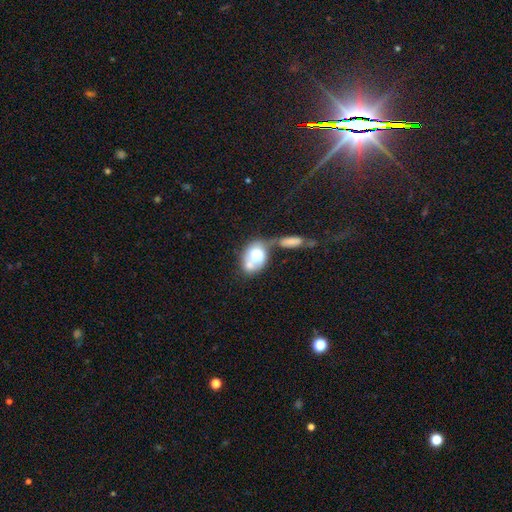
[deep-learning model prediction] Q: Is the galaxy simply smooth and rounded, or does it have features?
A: smooth — 61%.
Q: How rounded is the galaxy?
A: in between — 66%.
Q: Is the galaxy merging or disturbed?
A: merger — 62%.